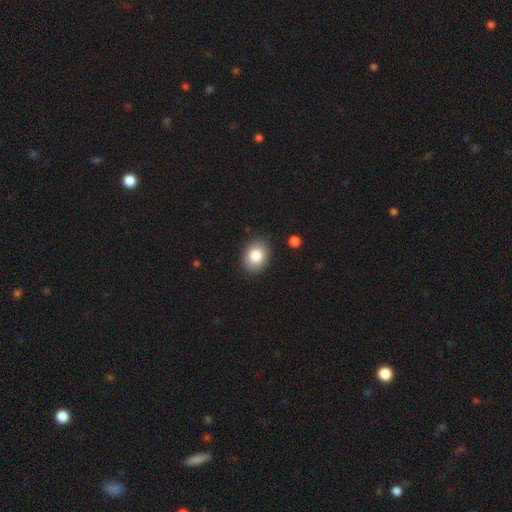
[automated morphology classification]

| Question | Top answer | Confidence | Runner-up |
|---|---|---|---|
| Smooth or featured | smooth | 83% | star or artifact (9%) |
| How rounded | in between | 55% | round (44%) |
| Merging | none | 87% | minor disturbance (9%) |